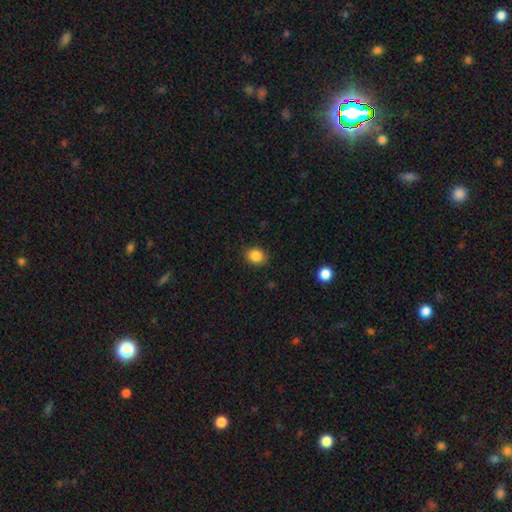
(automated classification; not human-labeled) Morphology: type=smooth (86%); roundness=round (61%); merging=none (87%).